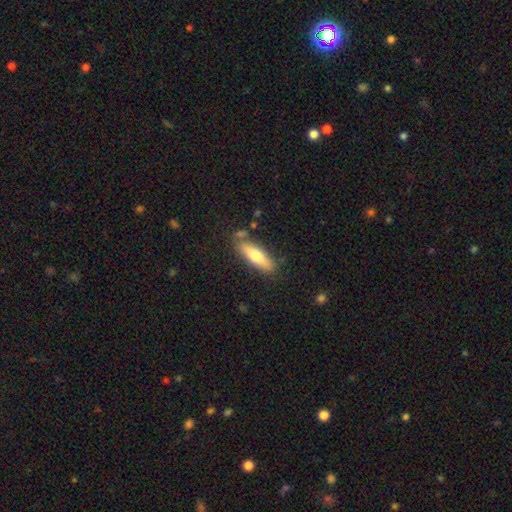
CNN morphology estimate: smooth 65%, featured or disk 29%, star or artifact 6%. Down the decision tree: how rounded — cigar-shaped (55%); merging — none (78%).